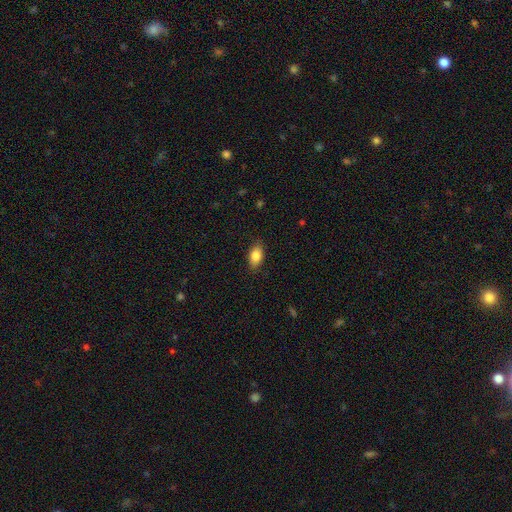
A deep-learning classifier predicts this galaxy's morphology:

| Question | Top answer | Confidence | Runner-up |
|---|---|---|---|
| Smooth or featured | smooth | 84% | featured or disk (8%) |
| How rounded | in between | 89% | round (7%) |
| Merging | none | 85% | minor disturbance (12%) |